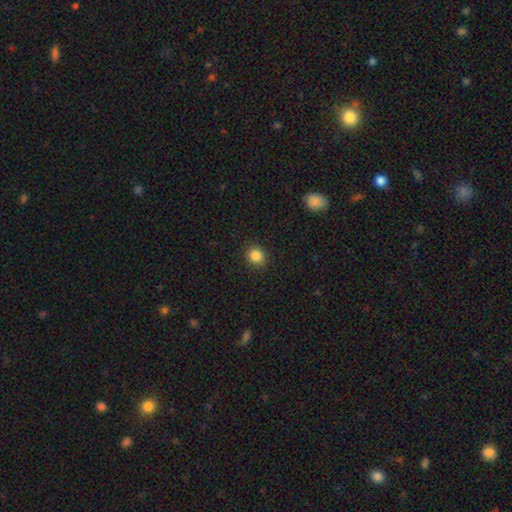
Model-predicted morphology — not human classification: type=smooth (85%); roundness=round (83%); merging=none (91%).